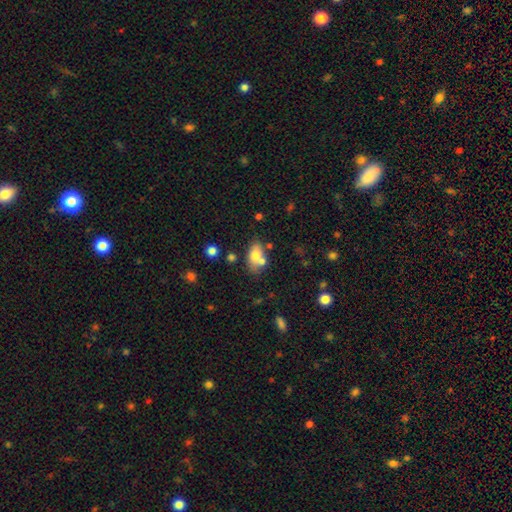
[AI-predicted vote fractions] This appears to be a smooth galaxy with no disk features (72%) that is in between round and cigar-shaped (87%). Merging: none (55%).